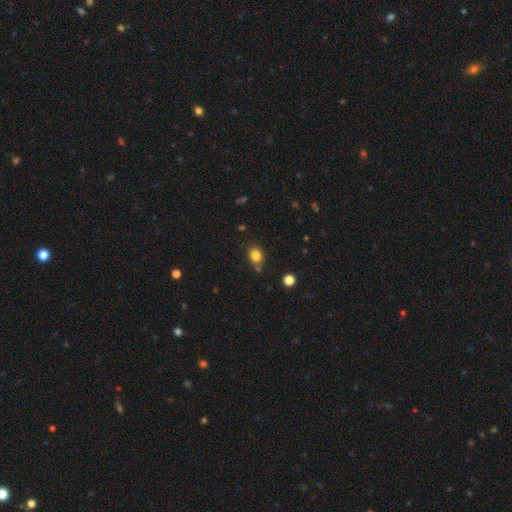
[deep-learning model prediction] Morphology: type=smooth (83%); roundness=in between (58%); merging=none (74%).